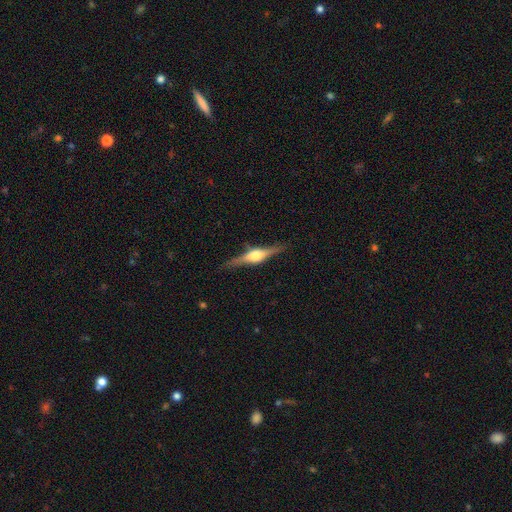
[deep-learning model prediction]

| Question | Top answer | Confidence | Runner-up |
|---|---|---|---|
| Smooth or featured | featured or disk | 79% | smooth (15%) |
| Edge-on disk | yes | 98% | no (2%) |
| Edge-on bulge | rounded | 91% | boxy (7%) |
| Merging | none | 87% | minor disturbance (9%) |